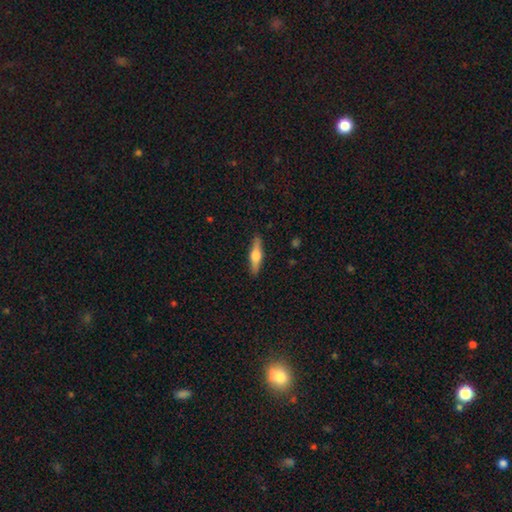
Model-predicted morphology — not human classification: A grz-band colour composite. It shows a featured or disk galaxy (51%) viewed edge-on (95%). Merging: none (89%).